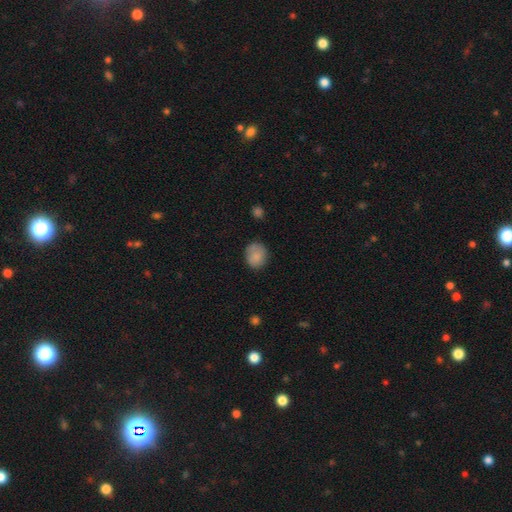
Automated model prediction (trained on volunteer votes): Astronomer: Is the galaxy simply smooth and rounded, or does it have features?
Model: smooth — 83%.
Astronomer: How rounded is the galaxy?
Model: round — 70%.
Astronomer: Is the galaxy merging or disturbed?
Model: none — 71%.